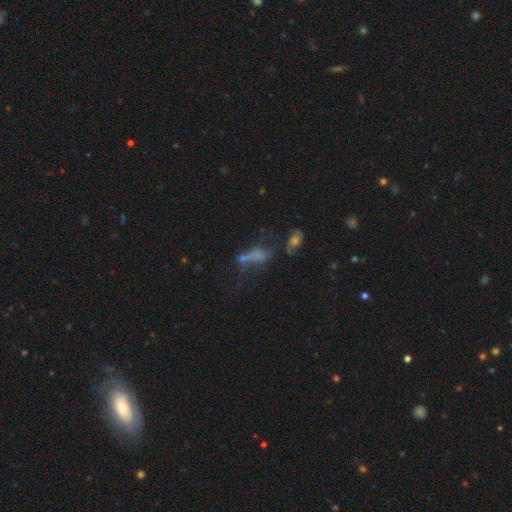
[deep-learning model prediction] smooth_or_featured: smooth (p=0.46) [alt: featured or disk p=0.30]
merging: none (p=0.29) [tied with: major disturbance p=0.29]